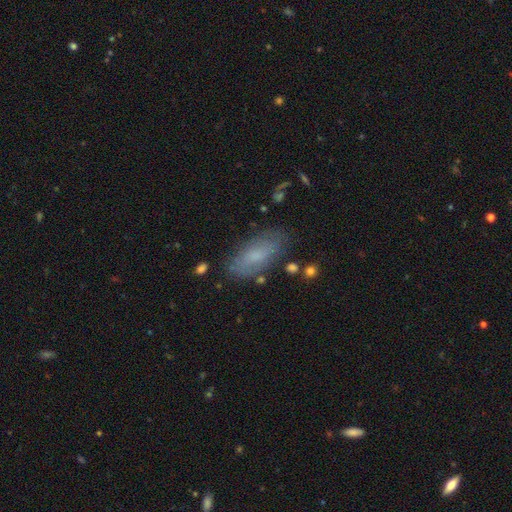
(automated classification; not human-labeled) The model was most divided on "smooth or featured": smooth: 66%, featured or disk: 26%, star or artifact: 8%. More confident: how rounded — in between (79%); merging — none (77%).